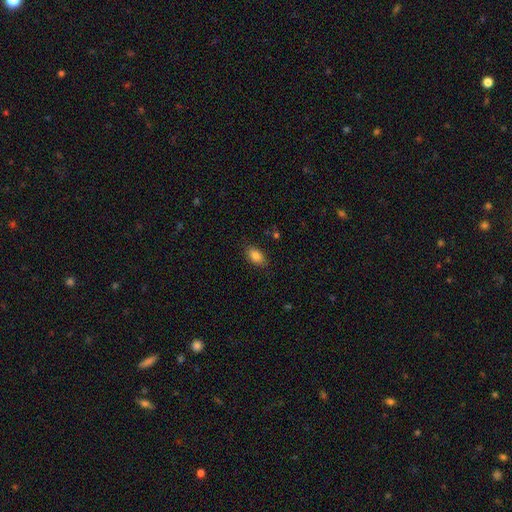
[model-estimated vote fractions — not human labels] smooth 85%, star or artifact 8%, featured or disk 6%. Down the decision tree: how rounded — in between (90%); merging — none (85%).